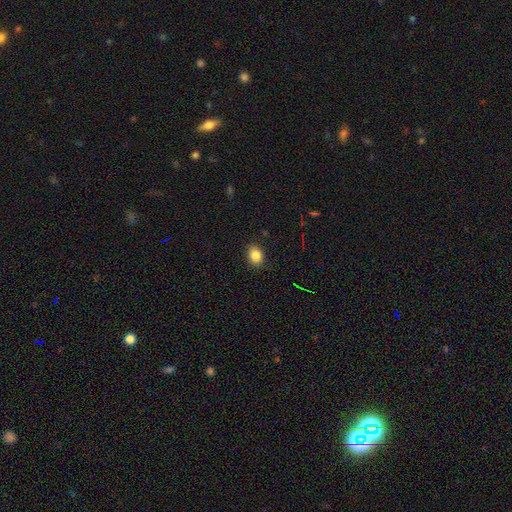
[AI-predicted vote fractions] Overall: smooth (84%). How rounded: in between (51%; round 48%). Merging: none (84%).